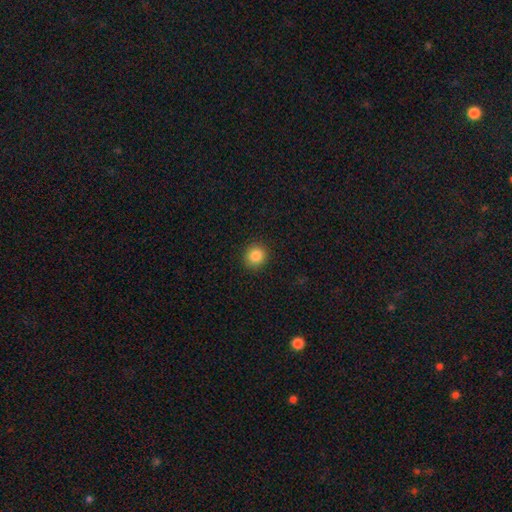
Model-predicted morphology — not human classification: Smooth or featured? Predicted: smooth (p=0.85). How rounded? Predicted: round (p=0.88). Merging? Predicted: none (p=0.91).